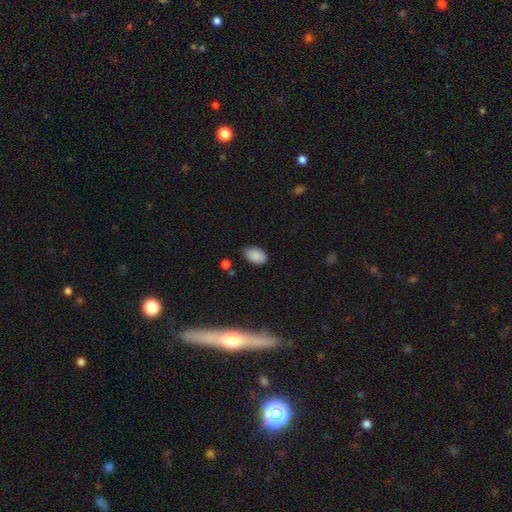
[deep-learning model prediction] A smooth galaxy with no disk features (88%) that is in between round and cigar-shaped (91%).

Vote fractions:
- Smooth or featured? smooth: 88% / star or artifact: 8% / featured or disk: 3%
- How rounded? in between: 91% / round: 7% / cigar-shaped: 1%
- Merging? none: 83% / minor disturbance: 12% / major disturbance: 3% / merger: 2%